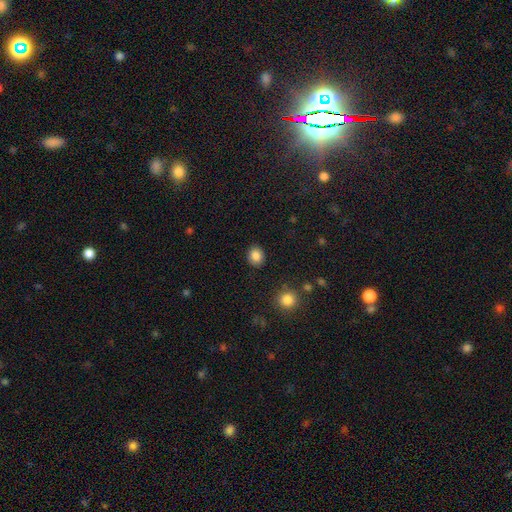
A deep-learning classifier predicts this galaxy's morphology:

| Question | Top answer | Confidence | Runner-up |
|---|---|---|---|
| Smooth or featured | smooth | 85% | star or artifact (10%) |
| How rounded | round | 71% | in between (29%) |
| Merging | none | 89% | minor disturbance (7%) |